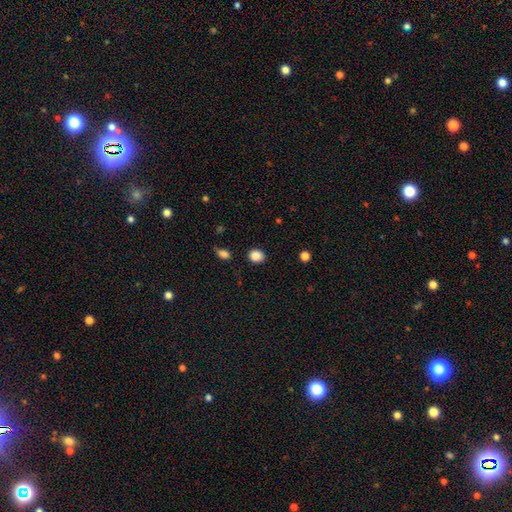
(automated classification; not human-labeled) This appears to be a smooth galaxy with no disk features (87%) that is round (63%). Merging: none (86%).